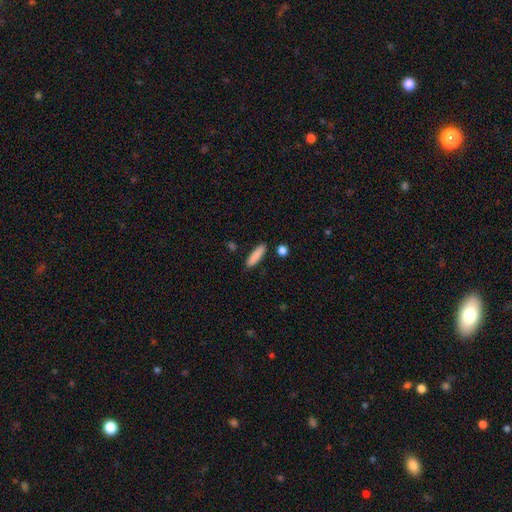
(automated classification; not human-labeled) Smooth or featured? smooth (87%)
How rounded? cigar-shaped (75%)
Merging? none (87%)